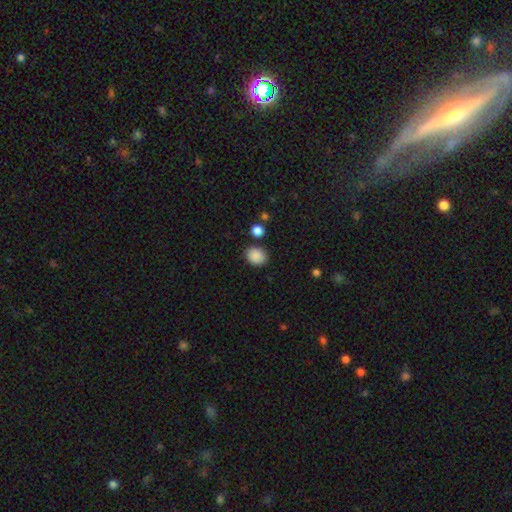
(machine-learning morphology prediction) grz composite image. It shows a smooth galaxy with no disk features (88%) that is round (66%). Merging: none (81%).